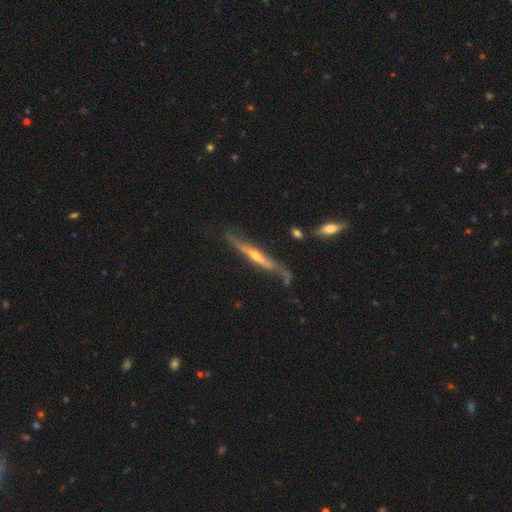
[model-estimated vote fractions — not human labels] featured or disk 77%, smooth 18%, star or artifact 5%. Down the decision tree: edge-on disk — yes (90%); edge-on bulge — rounded (79%); merging — none (63%).